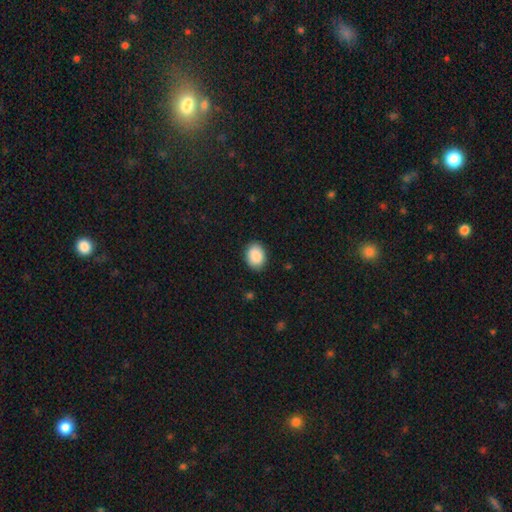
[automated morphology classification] smooth-or-featured: smooth: 89% | star or artifact: 7% | featured or disk: 4%
  how-rounded: in between: 73% | round: 26% | cigar-shaped: 1%
  merging: none: 88% | minor disturbance: 9% | major disturbance: 2% | merger: 1%